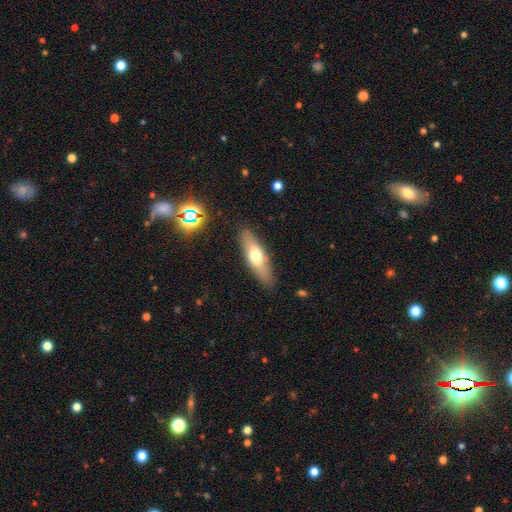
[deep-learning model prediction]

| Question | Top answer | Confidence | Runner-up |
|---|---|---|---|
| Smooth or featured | smooth | 58% | featured or disk (35%) |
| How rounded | cigar-shaped | 56% | in between (41%) |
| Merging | none | 86% | minor disturbance (10%) |